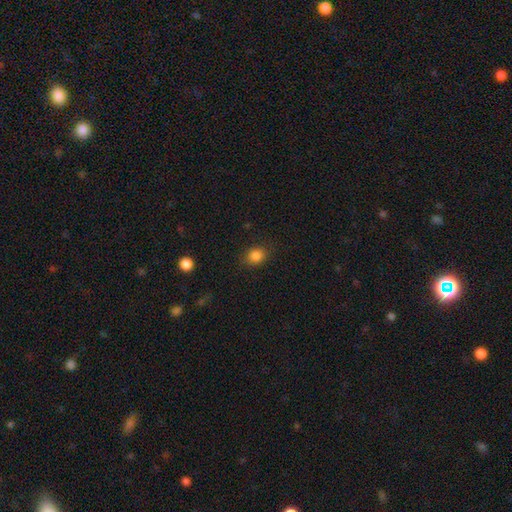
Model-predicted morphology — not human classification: Smooth or featured? smooth (84%)
How rounded? round (57%)
Merging? none (84%)